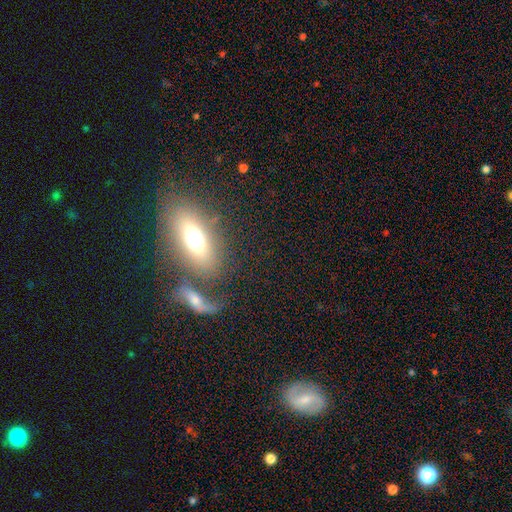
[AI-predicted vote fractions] Overall: smooth (50%; featured or disk 36%). Merging: none (64%).